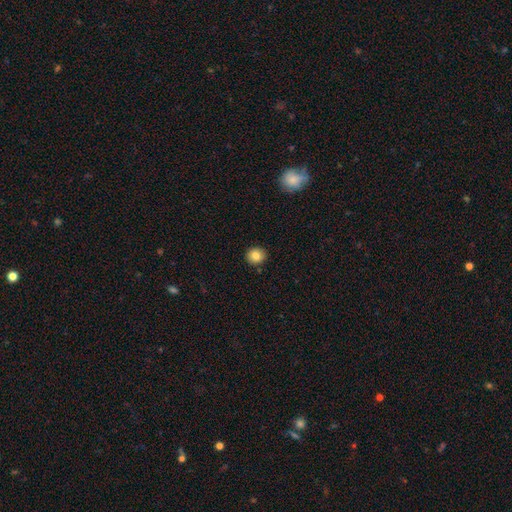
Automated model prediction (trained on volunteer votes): Q: Smooth or featured?
A: smooth (84%); runner-up: star or artifact (9%)
Q: How rounded?
A: round (82%); runner-up: in between (17%)
Q: Merging?
A: none (90%); runner-up: minor disturbance (7%)